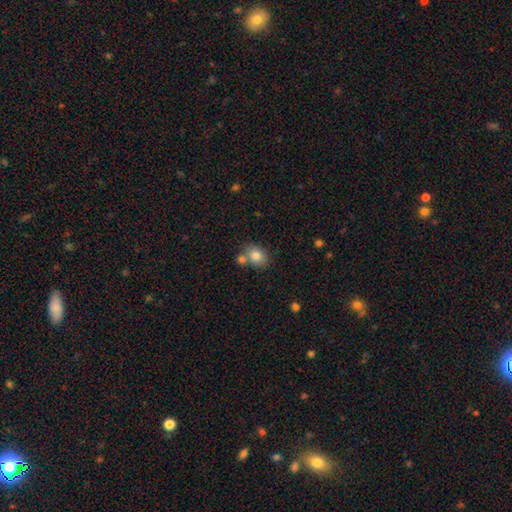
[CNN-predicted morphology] smooth-or-featured: smooth: 81% | featured or disk: 10% | star or artifact: 9%
  how-rounded: round: 50% | in between: 49% | cigar-shaped: 1%
  merging: none: 62% | merger: 24% | minor disturbance: 12% | major disturbance: 3%